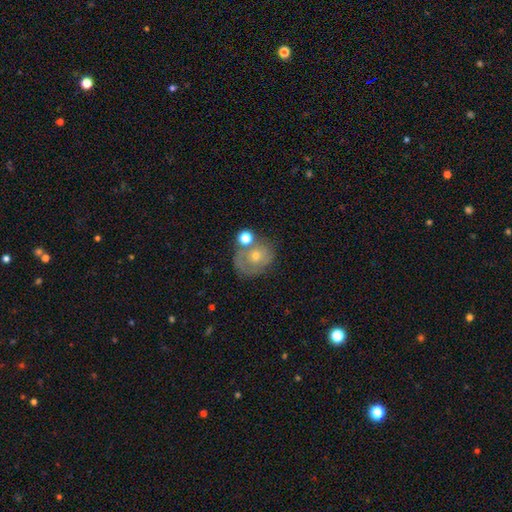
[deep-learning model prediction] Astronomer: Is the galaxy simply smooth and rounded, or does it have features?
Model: featured or disk — 56% (runner-up: smooth, 33%).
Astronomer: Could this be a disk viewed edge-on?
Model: no — 97%.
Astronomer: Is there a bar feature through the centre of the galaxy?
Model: no — 82%.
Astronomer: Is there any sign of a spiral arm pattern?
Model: yes — 67%.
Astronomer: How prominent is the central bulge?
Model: small — 48% (runner-up: moderate, 47%).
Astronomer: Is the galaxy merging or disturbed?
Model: none — 54%.